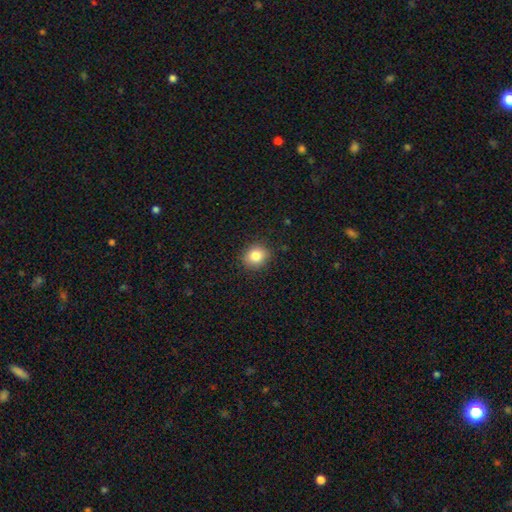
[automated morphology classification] This appears to be a smooth galaxy with no disk features (83%) that is round (71%). Merging: none (88%).